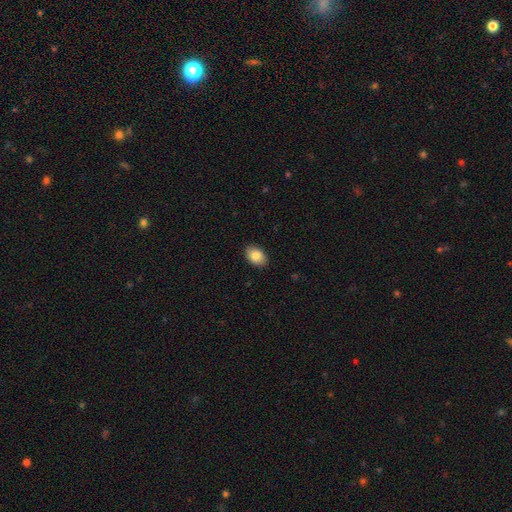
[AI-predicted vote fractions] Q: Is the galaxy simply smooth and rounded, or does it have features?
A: smooth — 85%.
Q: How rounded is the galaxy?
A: in between — 84%.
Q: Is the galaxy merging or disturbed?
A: none — 89%.